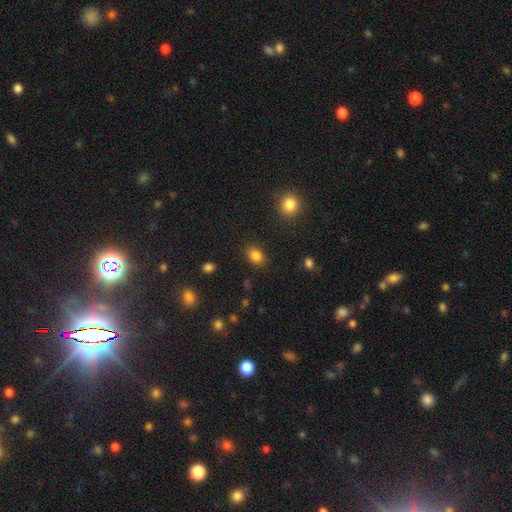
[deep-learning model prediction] smooth_or_featured: smooth (p=0.84) [alt: star or artifact p=0.11]
how_rounded: in between (p=0.72) [alt: round p=0.27]
merging: none (p=0.85) [alt: minor disturbance p=0.10]